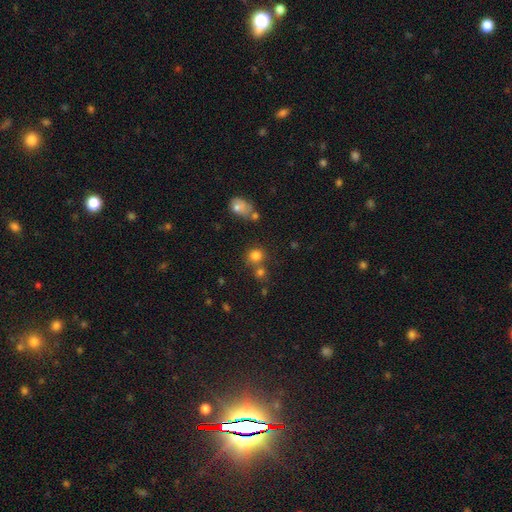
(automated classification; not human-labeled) Morphology: type=smooth (78%); roundness=round (86%); merging=none (62%).